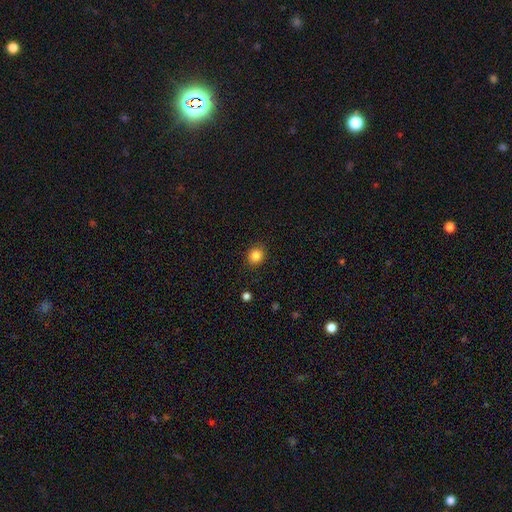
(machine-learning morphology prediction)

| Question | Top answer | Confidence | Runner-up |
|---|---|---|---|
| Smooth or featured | smooth | 84% | star or artifact (11%) |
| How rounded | round | 79% | in between (20%) |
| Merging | none | 90% | minor disturbance (7%) |